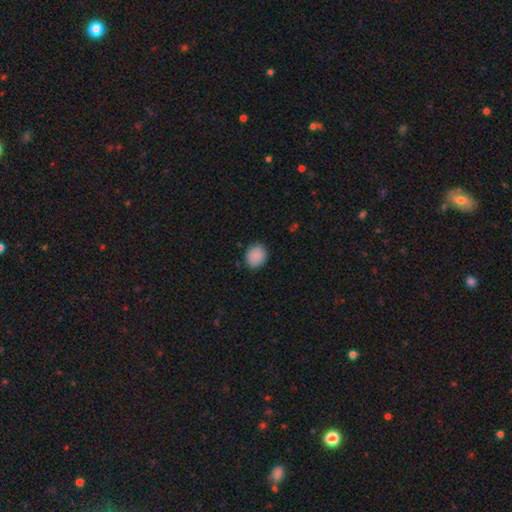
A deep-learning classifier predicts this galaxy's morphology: A smooth galaxy with no disk features (89%) that is round (72%).

Vote fractions:
- Smooth or featured? smooth: 89% / star or artifact: 7% / featured or disk: 3%
- How rounded? round: 72% / in between: 27% / cigar-shaped: 1%
- Merging? none: 87% / minor disturbance: 10% / major disturbance: 2% / merger: 1%